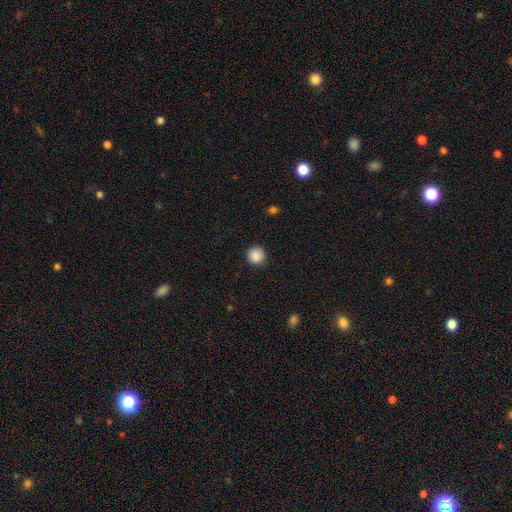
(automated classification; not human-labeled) This appears to be a smooth galaxy with no disk features (88%) that is round (93%). Merging: none (90%).